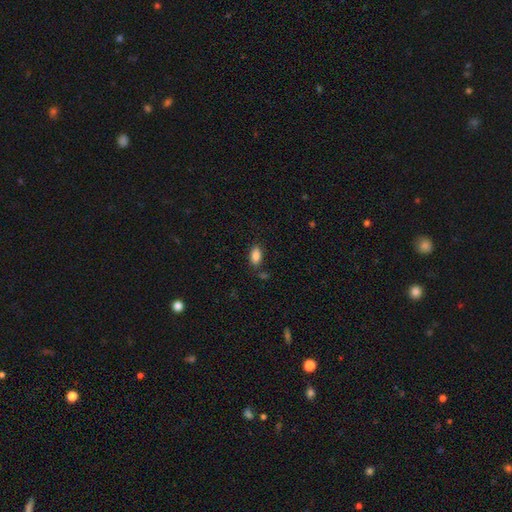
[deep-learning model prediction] Smooth or featured? smooth (87%)
How rounded? in between (91%)
Merging? none (80%)